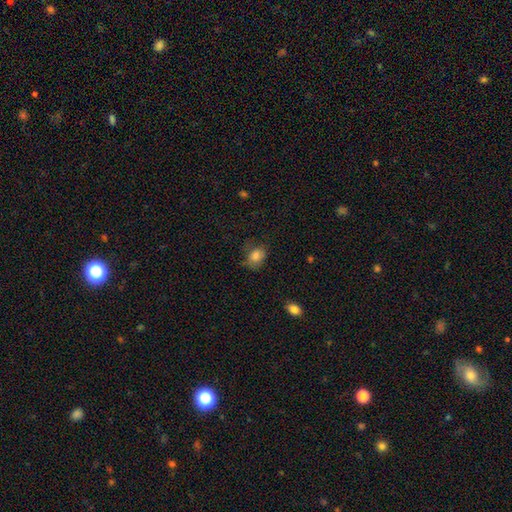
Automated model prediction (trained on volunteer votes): Smooth or featured? smooth (82%)
How rounded? in between (59%)
Merging? none (57%)